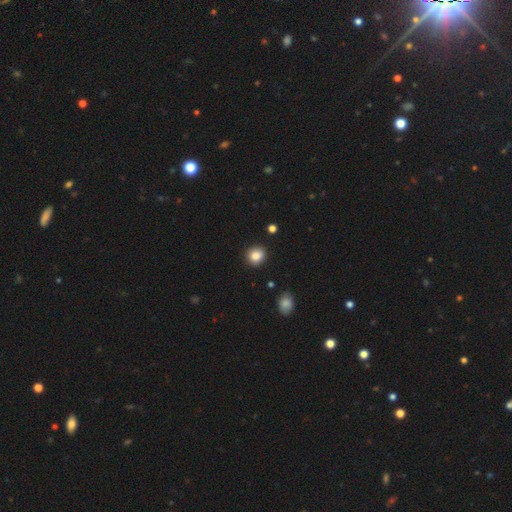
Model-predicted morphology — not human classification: smooth_or_featured: smooth (p=0.86) [alt: star or artifact p=0.10]
how_rounded: round (p=0.75) [alt: in between p=0.24]
merging: none (p=0.88) [alt: minor disturbance p=0.09]